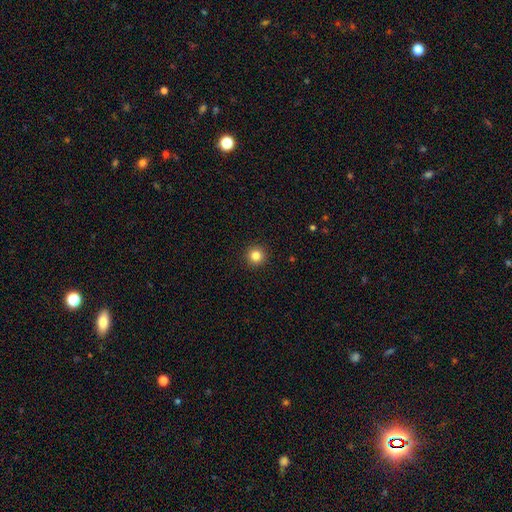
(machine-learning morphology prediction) This is clearly a smooth galaxy (83%). How rounded: clearly round (96%). Merging: clearly none (93%).